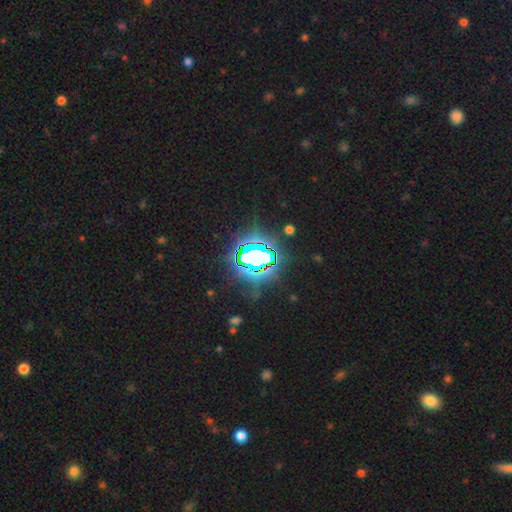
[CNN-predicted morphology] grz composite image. It shows a star or artifact, not a galaxy (76%).